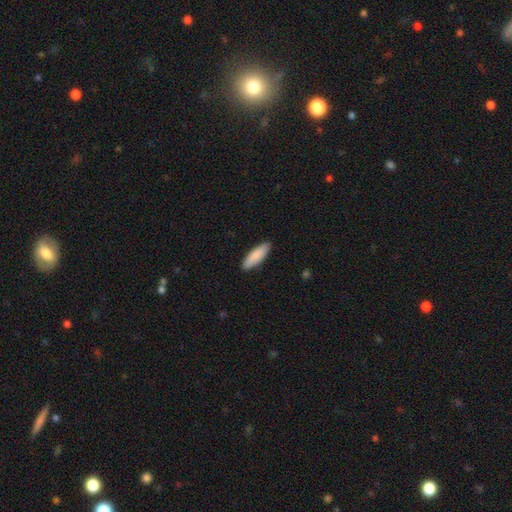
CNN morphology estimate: smooth-or-featured: smooth: 88% | featured or disk: 7% | star or artifact: 5%
  how-rounded: cigar-shaped: 50% | in between: 49% | round: 1%
  merging: none: 88% | minor disturbance: 9% | major disturbance: 2% | merger: 1%